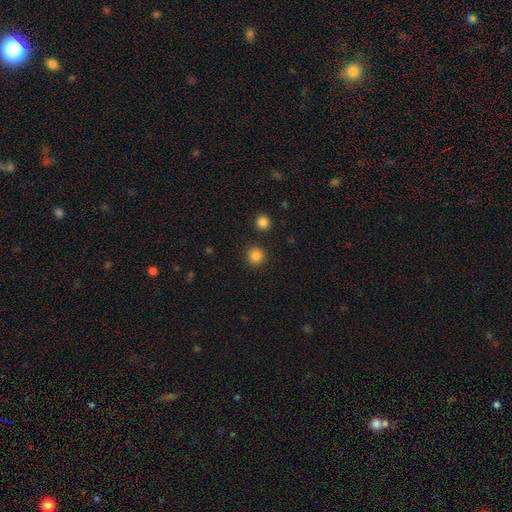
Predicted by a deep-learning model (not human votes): A smooth galaxy with no disk features (85%) that is round (95%).

Vote fractions:
- Smooth or featured? smooth: 85% / star or artifact: 12% / featured or disk: 3%
- How rounded? round: 95% / in between: 4% / cigar-shaped: 1%
- Merging? none: 91% / minor disturbance: 5% / merger: 3% / major disturbance: 2%